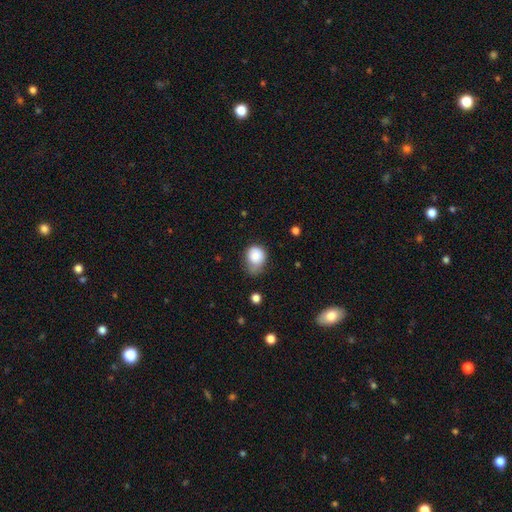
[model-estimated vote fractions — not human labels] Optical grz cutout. It shows a smooth galaxy with no disk features (83%) that is round (59%). Merging: minor disturbance (44%).